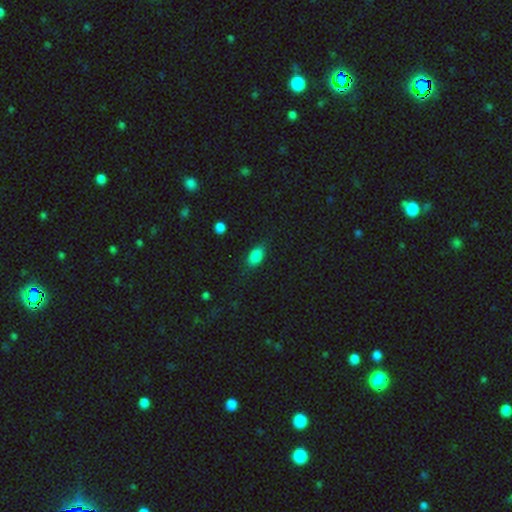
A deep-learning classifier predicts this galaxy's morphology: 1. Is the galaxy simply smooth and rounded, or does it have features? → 83% smooth, 10% star or artifact, 7% featured or disk.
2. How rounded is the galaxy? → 87% in between, 8% round, 6% cigar-shaped.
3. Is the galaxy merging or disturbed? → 75% none, 19% minor disturbance, 5% major disturbance, 1% merger.